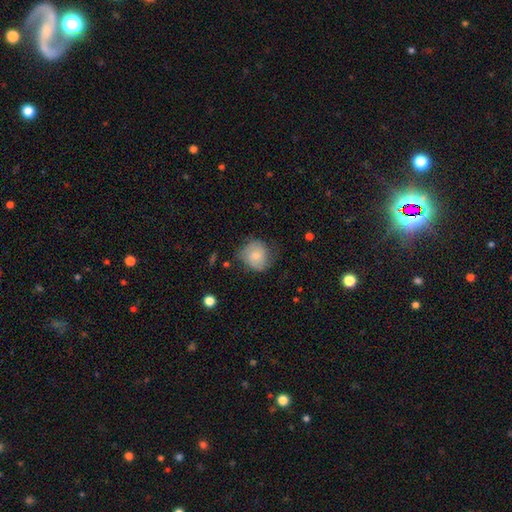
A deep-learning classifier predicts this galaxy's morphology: smooth_or_featured: smooth (p=0.62) [alt: featured or disk p=0.31]
how_rounded: round (p=0.79) [alt: in between p=0.20]
merging: none (p=0.60) [alt: minor disturbance p=0.28]